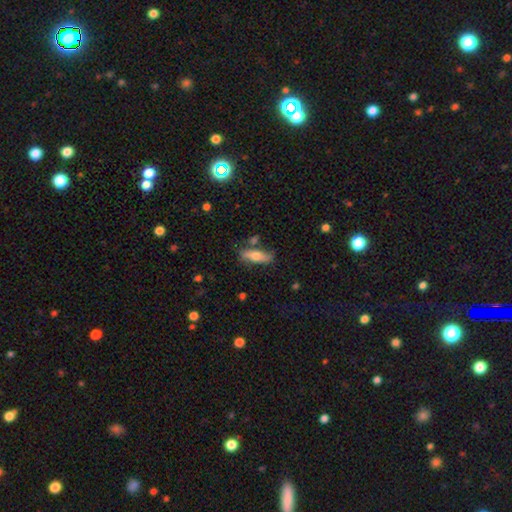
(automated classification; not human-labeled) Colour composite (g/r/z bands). It shows a smooth galaxy with no disk features (62%) that is in between round and cigar-shaped (53%). Merging: none (68%).